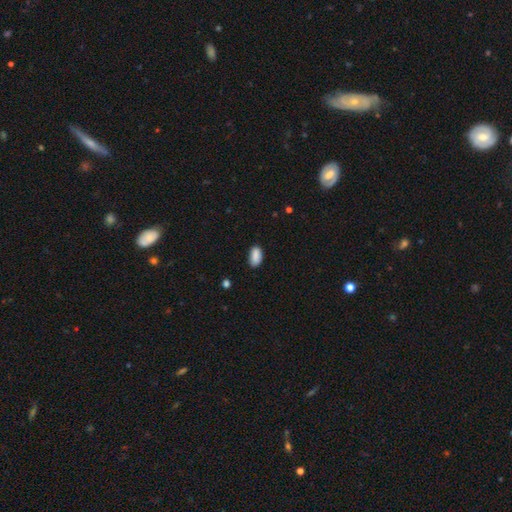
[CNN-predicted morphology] Overall: smooth (89%). How rounded: in between (92%). Merging: none (83%).